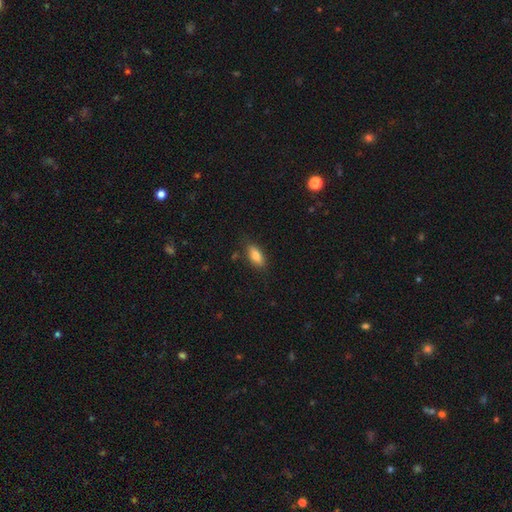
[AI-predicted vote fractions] Smooth or featured: smooth — 78% (featured or disk — 14%)
How rounded: in between — 84% (cigar-shaped — 12%)
Merging: none — 81% (minor disturbance — 14%)